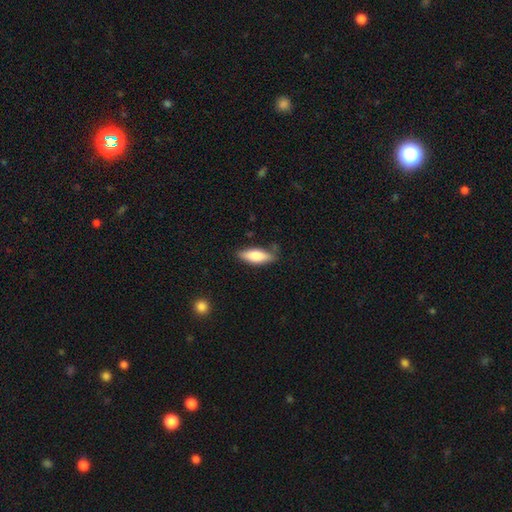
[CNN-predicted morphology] A smooth galaxy with no disk features (73%) that is in between round and cigar-shaped (61%). Merging: none (76%).